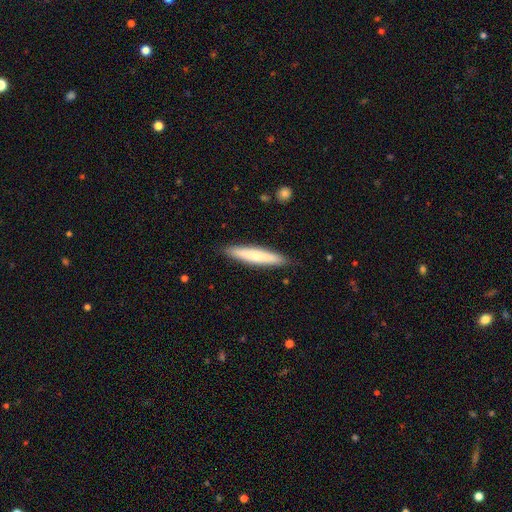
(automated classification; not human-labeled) Q: Smooth or featured?
A: smooth (71%); runner-up: featured or disk (24%)
Q: How rounded?
A: cigar-shaped (92%); runner-up: in between (7%)
Q: Merging?
A: none (89%); runner-up: minor disturbance (8%)